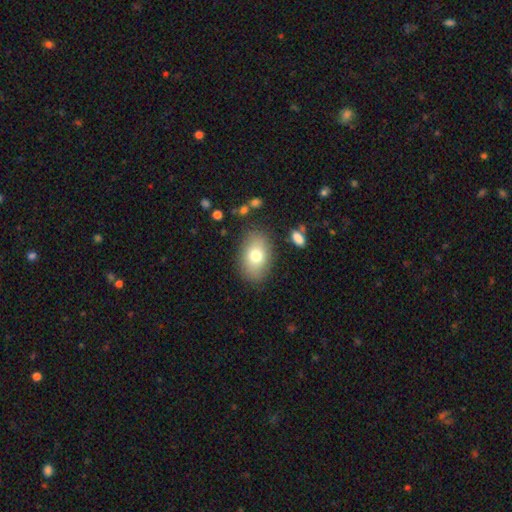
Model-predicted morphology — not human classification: Smooth or featured: smooth — 76% (featured or disk — 16%)
How rounded: in between — 84% (round — 15%)
Merging: none — 83% (minor disturbance — 11%)